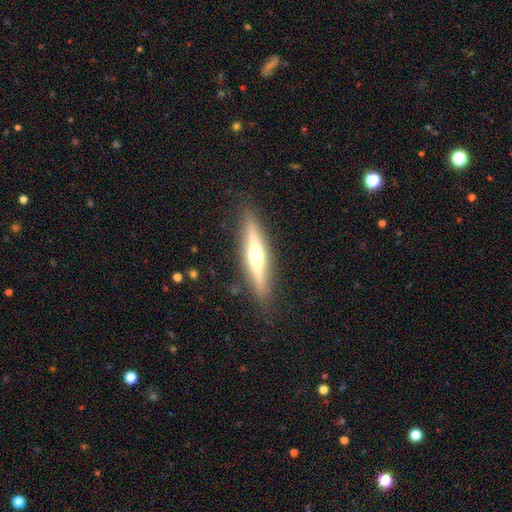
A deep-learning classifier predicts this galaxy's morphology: Smooth or featured?
  - featured or disk: 70% *
  - smooth: 24%
  - star or artifact: 6%
Edge-on disk?
  - yes: 96% *
  - no: 4%
Edge-on bulge?
  - rounded: 93% *
  - none: 4%
  - boxy: 4%
Merging?
  - none: 89% *
  - minor disturbance: 8%
  - major disturbance: 2%
  - merger: 1%